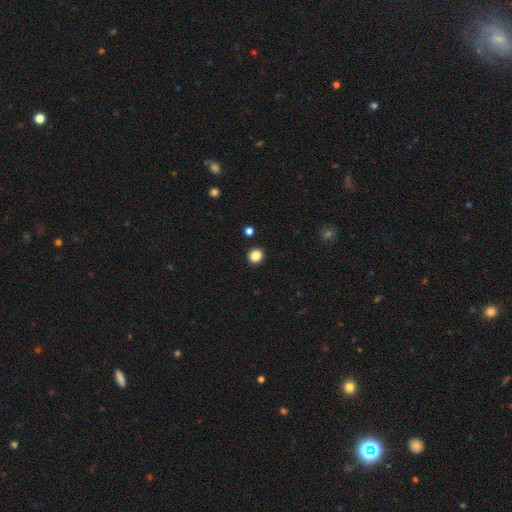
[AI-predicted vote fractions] Smooth or featured? smooth (85%)
How rounded? round (89%)
Merging? none (92%)